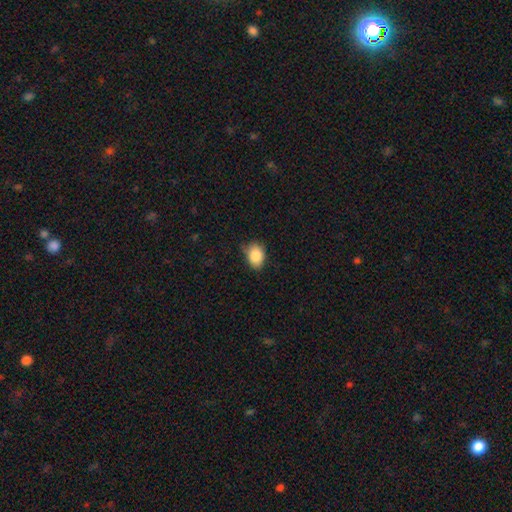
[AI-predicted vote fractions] A smooth galaxy with no disk features (85%) that is in between round and cigar-shaped (70%).

Vote fractions:
- Smooth or featured? smooth: 85% / star or artifact: 8% / featured or disk: 6%
- How rounded? in between: 70% / round: 29% / cigar-shaped: 1%
- Merging? none: 69% / minor disturbance: 26% / major disturbance: 4% / merger: 1%